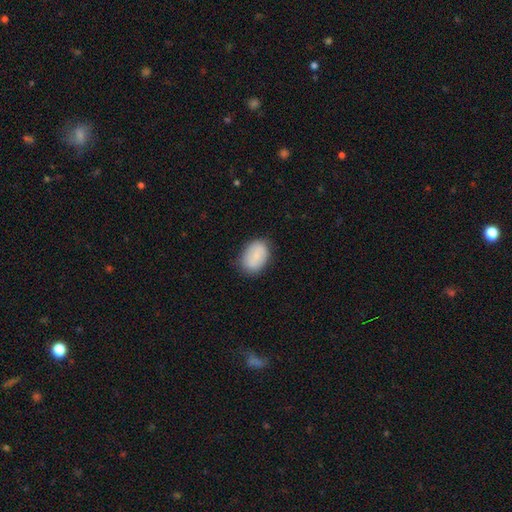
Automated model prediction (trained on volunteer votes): Smooth or featured?
  - smooth: 79% *
  - featured or disk: 14%
  - star or artifact: 7%
How rounded?
  - in between: 81% *
  - round: 18%
  - cigar-shaped: 1%
Merging?
  - none: 79% *
  - minor disturbance: 17%
  - major disturbance: 4%
  - merger: 1%